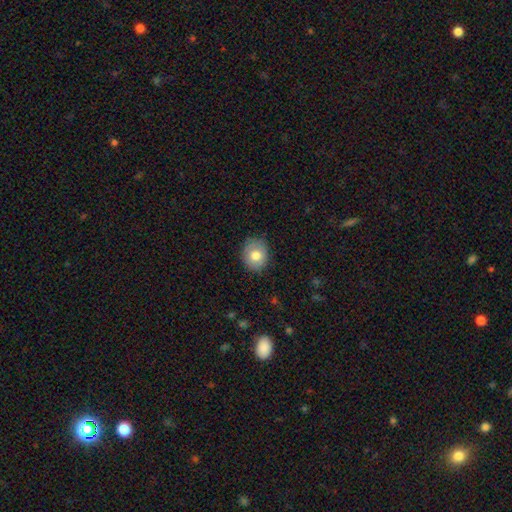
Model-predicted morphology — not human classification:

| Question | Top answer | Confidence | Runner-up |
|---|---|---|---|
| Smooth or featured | smooth | 76% | featured or disk (16%) |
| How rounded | round | 65% | in between (34%) |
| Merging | none | 82% | minor disturbance (14%) |